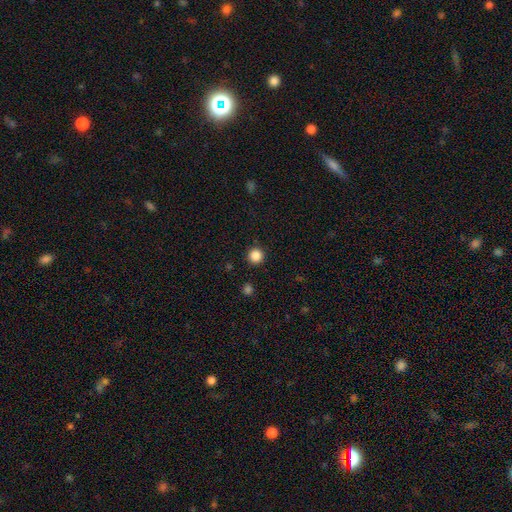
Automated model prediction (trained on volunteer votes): smooth_or_featured: smooth (p=0.86) [alt: star or artifact p=0.11]
how_rounded: round (p=0.96) [alt: in between p=0.03]
merging: none (p=0.93) [alt: minor disturbance p=0.04]